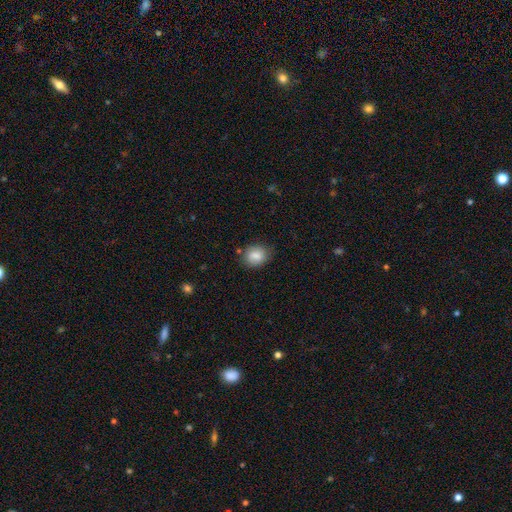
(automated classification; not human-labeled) A smooth galaxy with no disk features (84%) that is in between round and cigar-shaped (50%).

Vote fractions:
- Smooth or featured? smooth: 84% / star or artifact: 8% / featured or disk: 8%
- How rounded? in between: 50% / round: 49% / cigar-shaped: 1%
- Merging? none: 77% / minor disturbance: 17% / major disturbance: 4% / merger: 3%